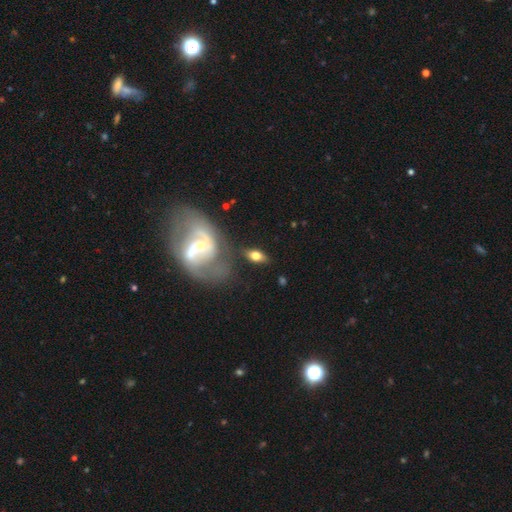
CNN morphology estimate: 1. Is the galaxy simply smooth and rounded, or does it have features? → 55% smooth, 38% featured or disk, 7% star or artifact.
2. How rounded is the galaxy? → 86% in between, 8% round, 6% cigar-shaped.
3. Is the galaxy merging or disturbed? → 67% none, 16% minor disturbance, 10% merger, 7% major disturbance.